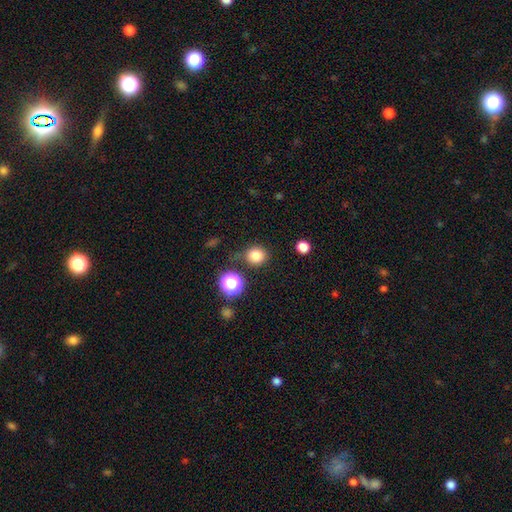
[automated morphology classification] Smooth or featured? Predicted: smooth (p=0.81). How rounded? Predicted: round (p=0.86). Merging? Predicted: none (p=0.79).